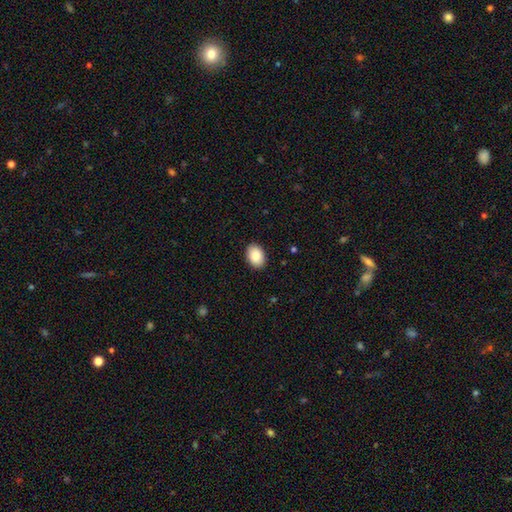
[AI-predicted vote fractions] smooth_or_featured: smooth (p=0.89) [alt: star or artifact p=0.07]
how_rounded: in between (p=0.82) [alt: round p=0.17]
merging: none (p=0.90) [alt: minor disturbance p=0.07]